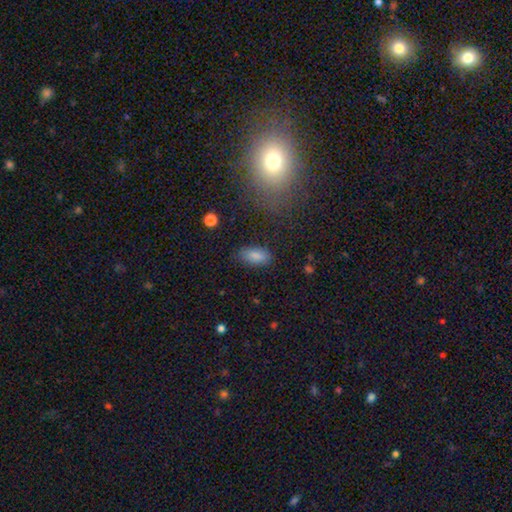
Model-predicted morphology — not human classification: A smooth galaxy with no disk features (85%) that is in between round and cigar-shaped (91%). Merging: none (80%).